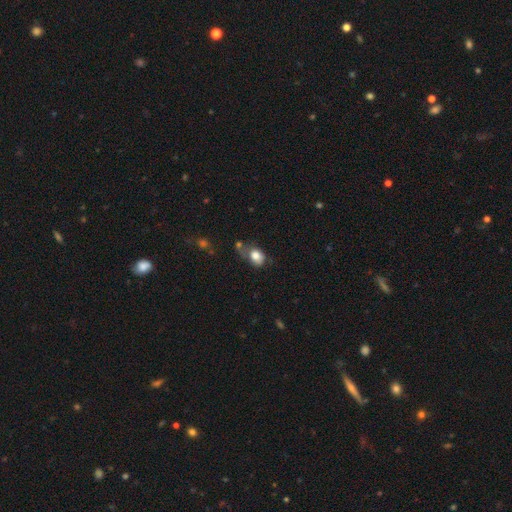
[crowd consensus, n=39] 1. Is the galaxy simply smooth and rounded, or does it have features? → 82% smooth, 10% star or artifact, 8% featured or disk.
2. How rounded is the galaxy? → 69% in between, 31% round, 0% cigar-shaped.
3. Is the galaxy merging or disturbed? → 31% none, 26% major disturbance, 23% minor disturbance, 20% merger.